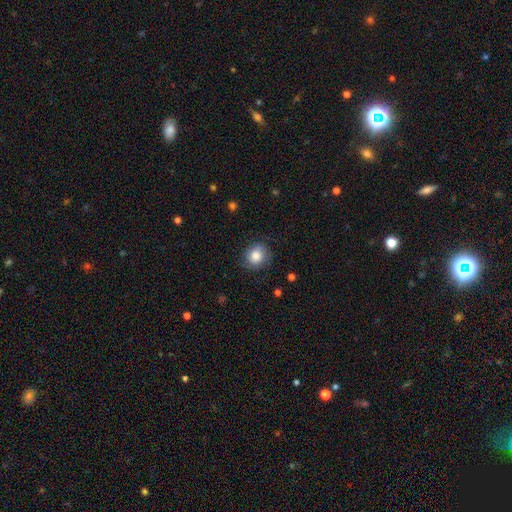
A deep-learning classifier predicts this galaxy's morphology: This appears to be a smooth galaxy with no disk features (77%) that is round (76%). Merging: none (77%).